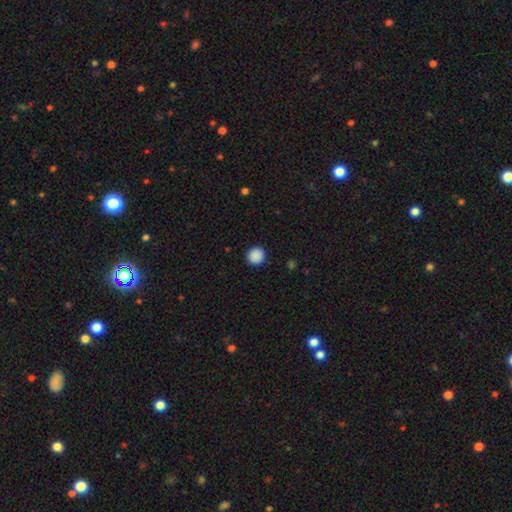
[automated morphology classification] Smooth or featured? Predicted: smooth (p=0.89). How rounded? Predicted: round (p=0.95). Merging? Predicted: none (p=0.93).